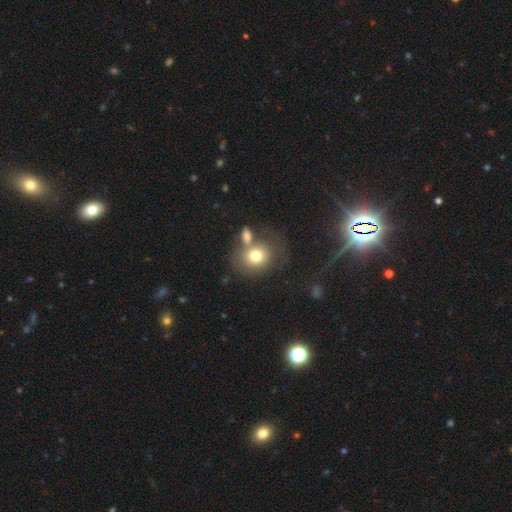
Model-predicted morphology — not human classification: Smooth or featured: smooth — 74% (featured or disk — 16%)
How rounded: round — 68% (in between — 31%)
Merging: none — 44% (merger — 31%)